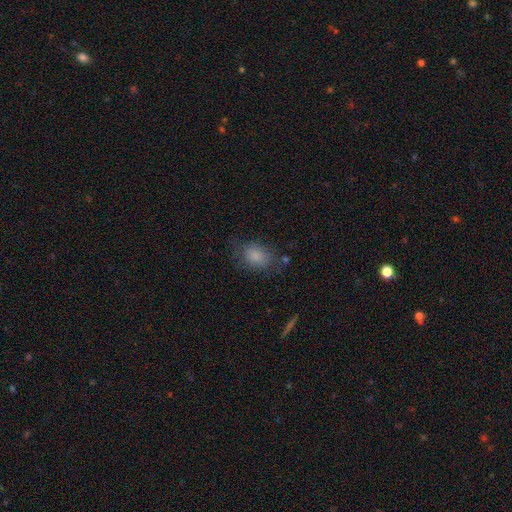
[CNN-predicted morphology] This appears to be a smooth galaxy with no disk features (81%) that is in between round and cigar-shaped (75%). Merging: none (65%).